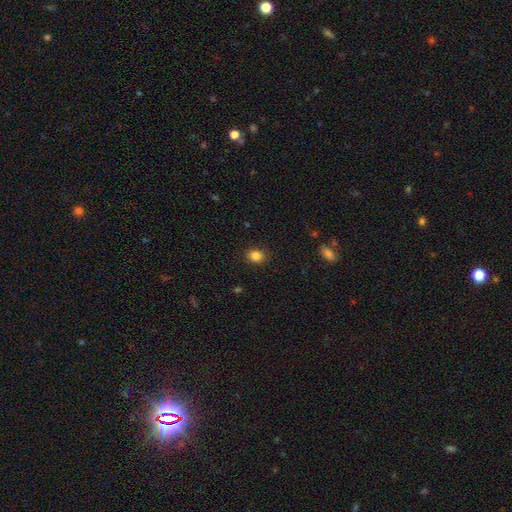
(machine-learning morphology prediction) type=smooth (84%); roundness=round (53%); merging=none (88%).